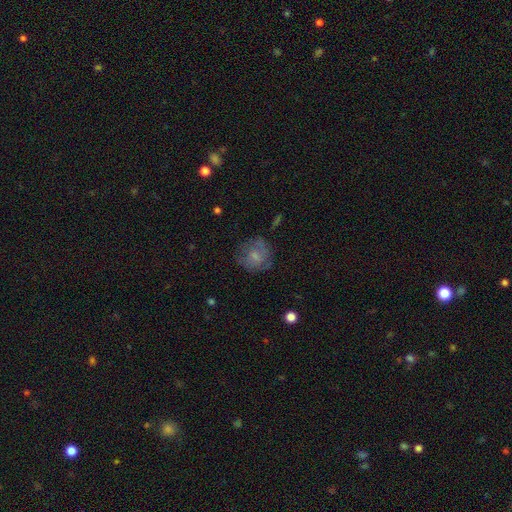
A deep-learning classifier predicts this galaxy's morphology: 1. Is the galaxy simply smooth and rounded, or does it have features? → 60% smooth, 31% featured or disk, 9% star or artifact.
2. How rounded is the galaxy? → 79% round, 20% in between, 1% cigar-shaped.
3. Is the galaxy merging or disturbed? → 60% none, 23% minor disturbance, 15% major disturbance, 2% merger.